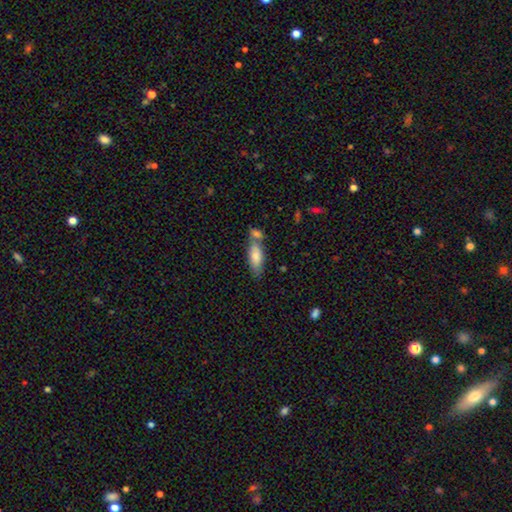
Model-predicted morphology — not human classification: smooth-or-featured: smooth: 79% | featured or disk: 15% | star or artifact: 6%
  how-rounded: in between: 75% | cigar-shaped: 23% | round: 2%
  merging: none: 42% | merger: 40% | minor disturbance: 13% | major disturbance: 4%